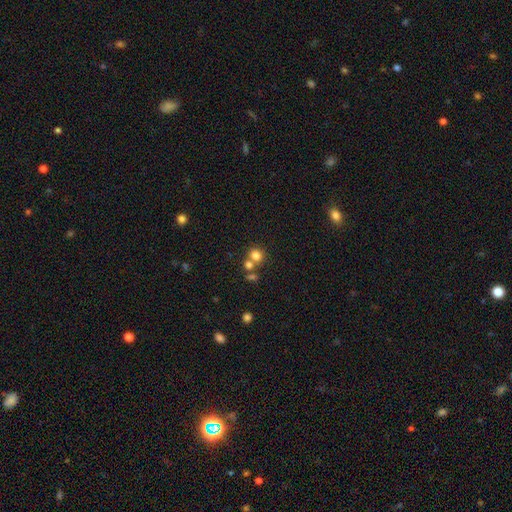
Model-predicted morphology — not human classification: Q: Smooth or featured?
A: smooth (77%); runner-up: star or artifact (14%)
Q: How rounded?
A: round (82%); runner-up: in between (17%)
Q: Merging?
A: none (55%); runner-up: merger (34%)